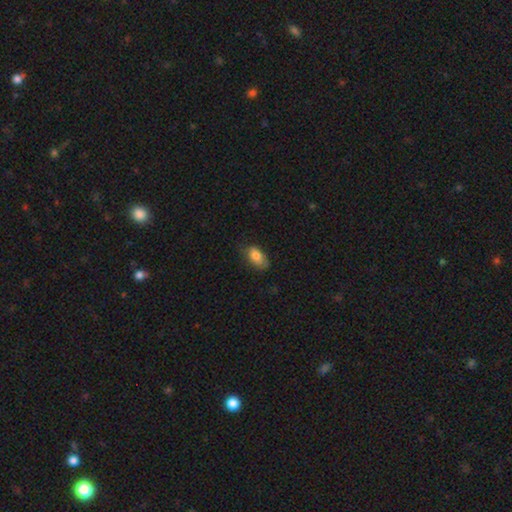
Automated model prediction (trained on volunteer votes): This is likely a smooth galaxy (80%). How rounded: clearly in between (91%). Merging: likely none (62%).